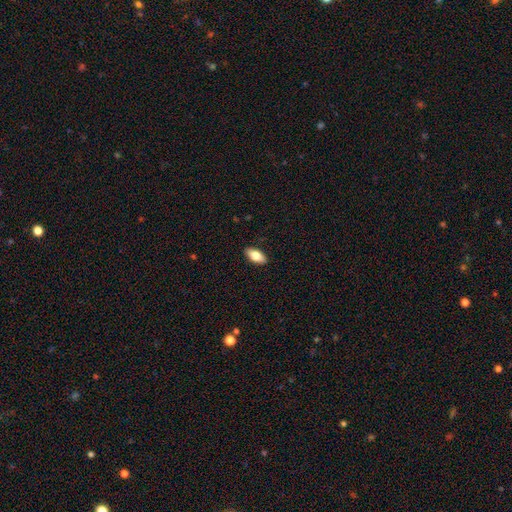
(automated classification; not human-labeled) A smooth galaxy with no disk features (80%) that is in between round and cigar-shaped (89%).

Vote fractions:
- Smooth or featured? smooth: 80% / featured or disk: 13% / star or artifact: 6%
- How rounded? in between: 89% / cigar-shaped: 8% / round: 3%
- Merging? none: 90% / minor disturbance: 8% / major disturbance: 2% / merger: 1%